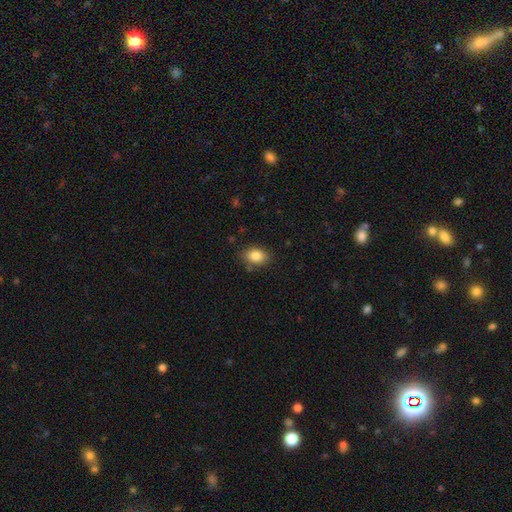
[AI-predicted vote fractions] Q: Smooth or featured?
A: smooth (85%); runner-up: star or artifact (9%)
Q: How rounded?
A: in between (73%); runner-up: round (26%)
Q: Merging?
A: none (82%); runner-up: minor disturbance (13%)